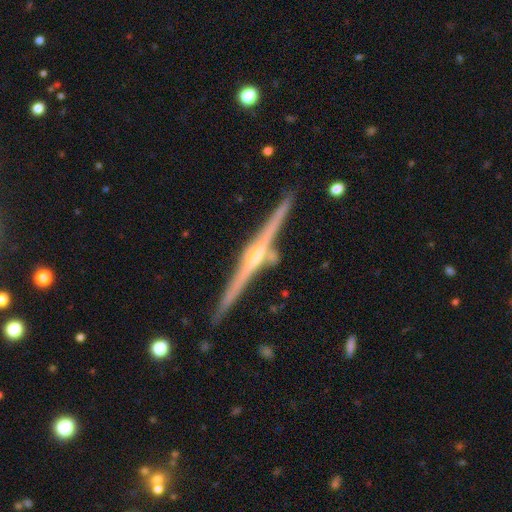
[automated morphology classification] Q: Smooth or featured?
A: featured or disk (84%); runner-up: smooth (11%)
Q: Edge-on disk?
A: yes (98%); runner-up: no (2%)
Q: Edge-on bulge?
A: rounded (69%); runner-up: none (17%)
Q: Merging?
A: none (85%); runner-up: minor disturbance (9%)